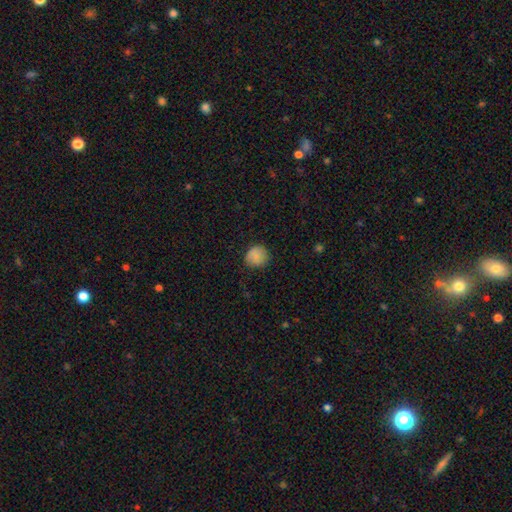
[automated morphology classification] A smooth galaxy with no disk features (82%) that is round (86%). Merging: none (76%).